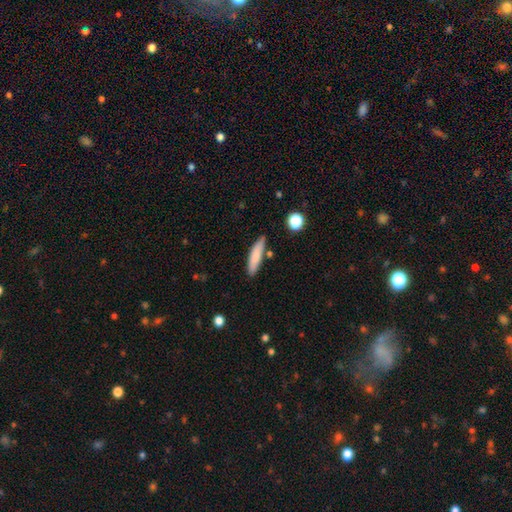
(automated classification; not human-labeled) Smooth or featured: smooth — 79% (featured or disk — 14%)
How rounded: cigar-shaped — 78% (in between — 21%)
Merging: none — 79% (minor disturbance — 13%)